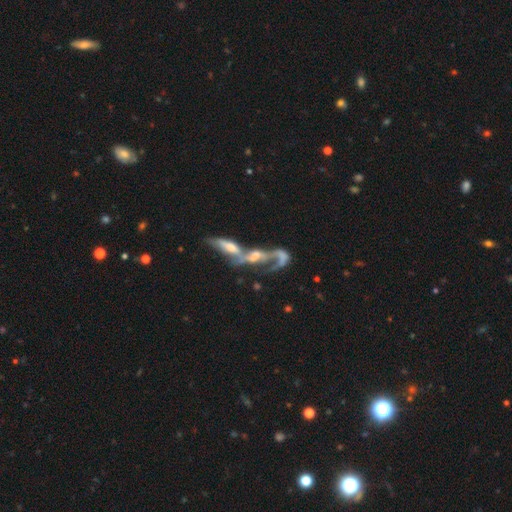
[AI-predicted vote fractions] Smooth or featured?
  - featured or disk: 70% *
  - smooth: 21%
  - star or artifact: 10%
Edge-on disk?
  - no: 78% *
  - yes: 22%
Bar?
  - no: 60% *
  - weak: 27%
  - strong: 12%
Spiral arms?
  - yes: 62% *
  - no: 38%
Bulge size?
  - moderate: 37% *
  - small: 26%
  - none: 23%
  - large: 12%
  - dominant: 3%
Merging?
  - merger: 74% *
  - major disturbance: 12%
  - none: 10%
  - minor disturbance: 5%